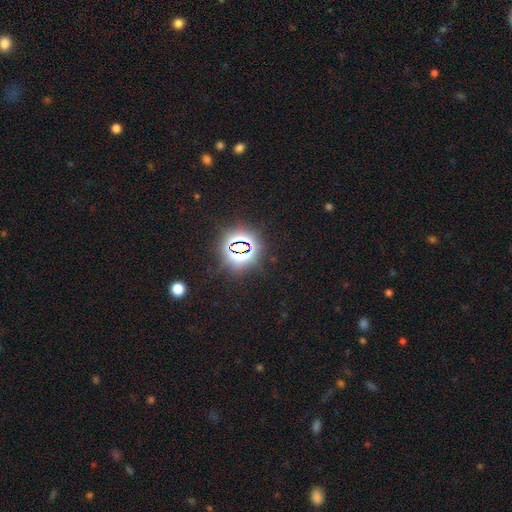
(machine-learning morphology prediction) Overall: star or artifact (80%).